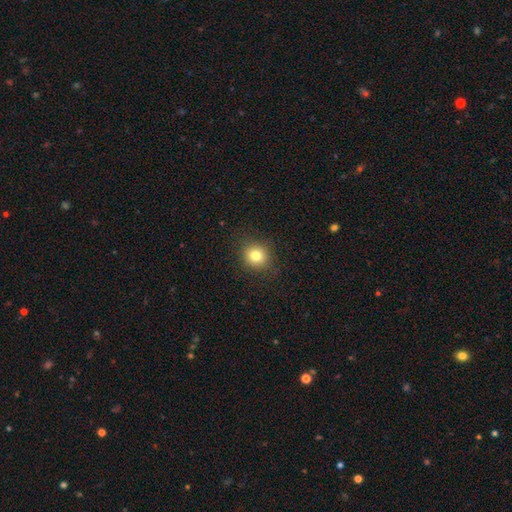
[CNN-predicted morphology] Smooth or featured? smooth (80%)
How rounded? round (84%)
Merging? none (89%)